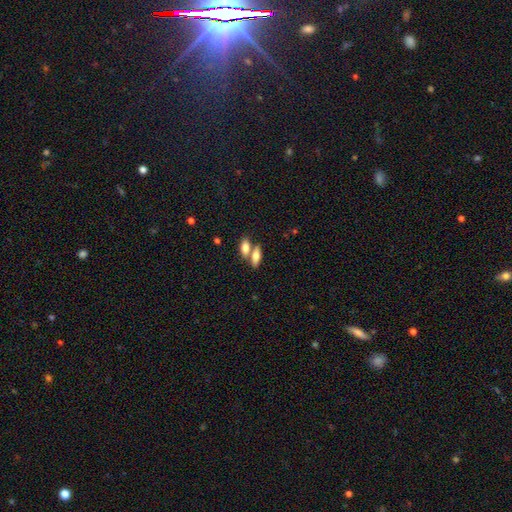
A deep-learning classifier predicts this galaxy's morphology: type=smooth (70%); roundness=in between (75%); merging=merger (46%).